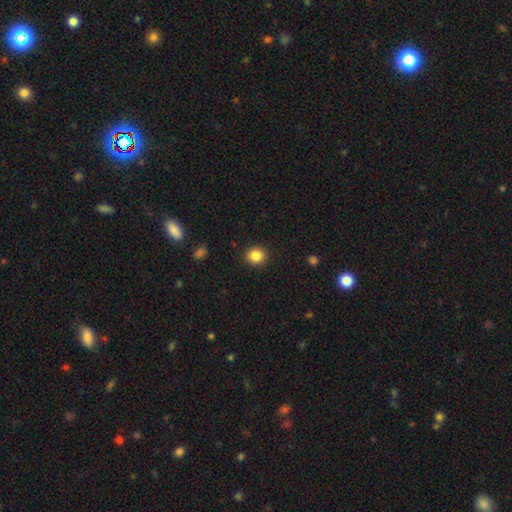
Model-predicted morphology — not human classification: A smooth galaxy with no disk features (85%) that is round (86%).

Vote fractions:
- Smooth or featured? smooth: 85% / star or artifact: 10% / featured or disk: 4%
- How rounded? round: 86% / in between: 13% / cigar-shaped: 1%
- Merging? none: 91% / minor disturbance: 6% / major disturbance: 2% / merger: 1%